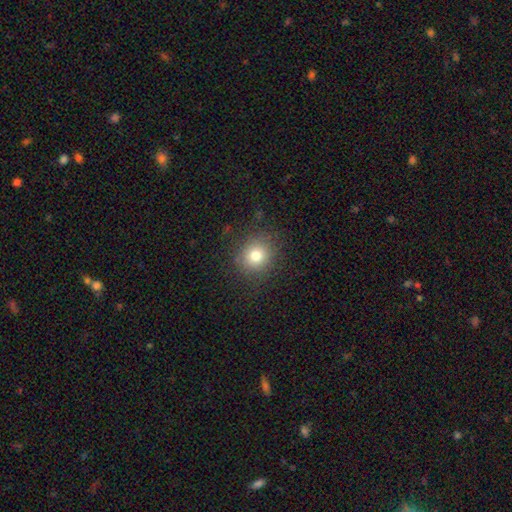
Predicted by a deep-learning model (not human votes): A smooth galaxy with no disk features (77%) that is round (85%).

Vote fractions:
- Smooth or featured? smooth: 77% / star or artifact: 13% / featured or disk: 9%
- How rounded? round: 85% / in between: 14% / cigar-shaped: 1%
- Merging? none: 83% / minor disturbance: 11% / major disturbance: 5% / merger: 1%